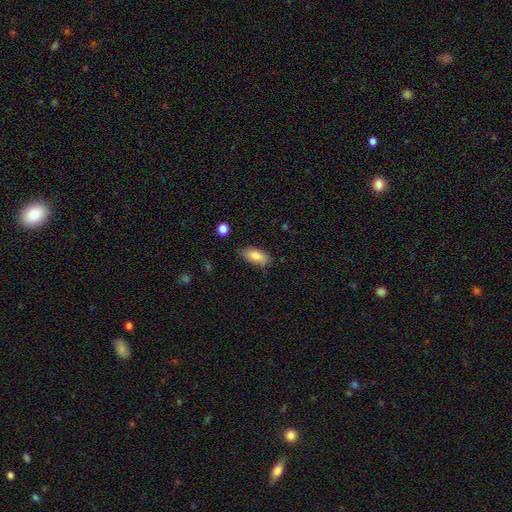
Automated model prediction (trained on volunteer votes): A smooth galaxy with no disk features (83%) that is in between round and cigar-shaped (89%).

Vote fractions:
- Smooth or featured? smooth: 83% / featured or disk: 10% / star or artifact: 7%
- How rounded? in between: 89% / cigar-shaped: 8% / round: 3%
- Merging? none: 77% / minor disturbance: 18% / major disturbance: 3% / merger: 2%